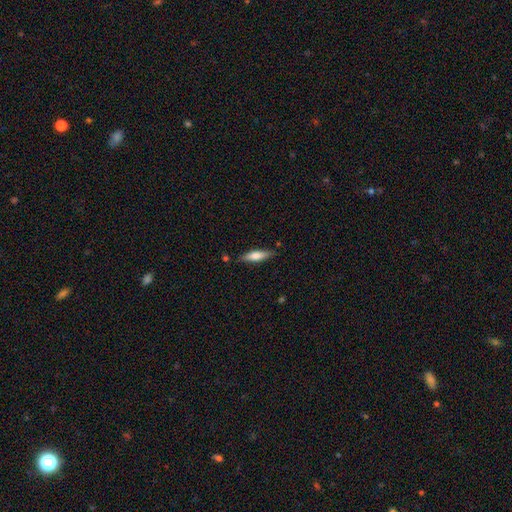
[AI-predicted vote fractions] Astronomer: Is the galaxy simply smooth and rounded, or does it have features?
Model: smooth — 61%.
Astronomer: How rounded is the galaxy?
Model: cigar-shaped — 68%.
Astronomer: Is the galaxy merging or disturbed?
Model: none — 81%.